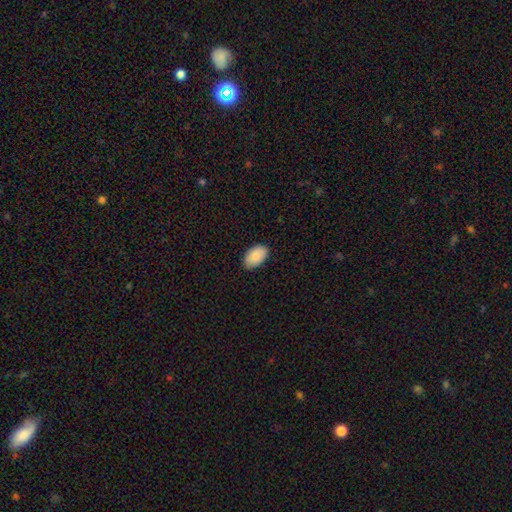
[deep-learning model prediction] Morphology: type=smooth (88%); roundness=in between (94%); merging=none (85%).